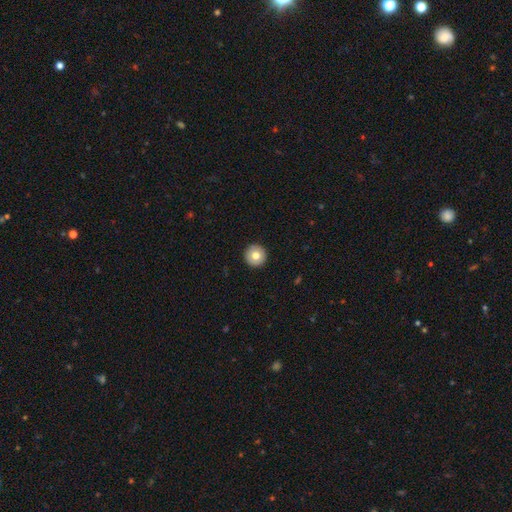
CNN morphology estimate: Q: Smooth or featured?
A: smooth (77%); runner-up: featured or disk (16%)
Q: How rounded?
A: round (97%); runner-up: in between (2%)
Q: Merging?
A: none (94%); runner-up: minor disturbance (4%)